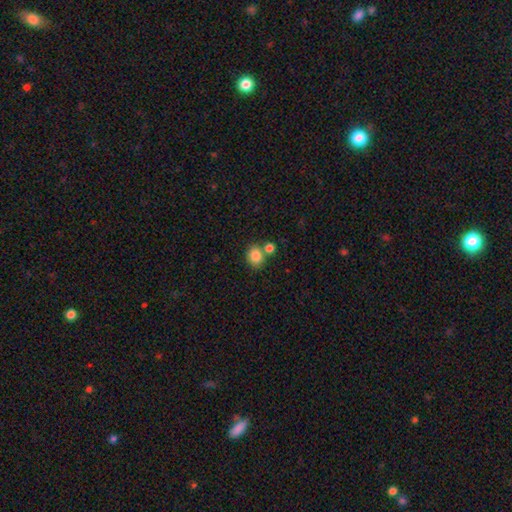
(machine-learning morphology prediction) type=smooth (84%); roundness=round (61%); merging=none (66%).